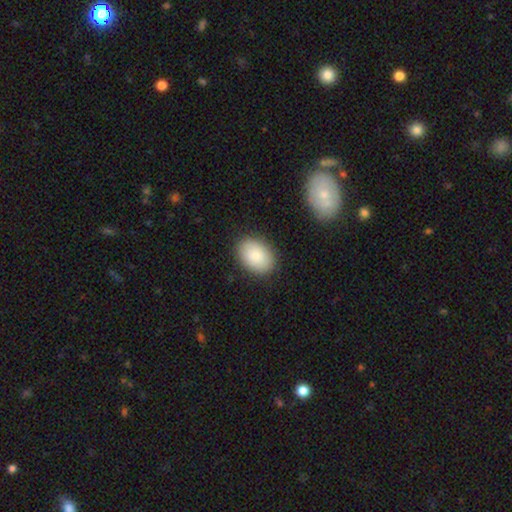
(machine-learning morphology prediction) Smooth or featured: smooth — 85% (featured or disk — 8%)
How rounded: in between — 79% (round — 20%)
Merging: none — 88% (minor disturbance — 9%)